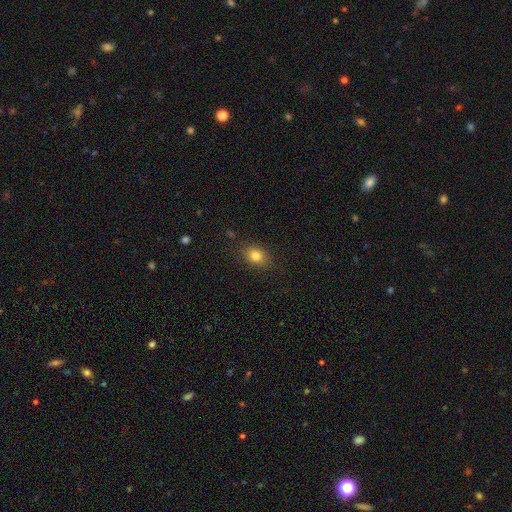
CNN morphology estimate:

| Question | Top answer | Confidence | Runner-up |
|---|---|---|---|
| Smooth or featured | smooth | 81% | star or artifact (11%) |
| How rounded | in between | 60% | round (39%) |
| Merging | none | 86% | minor disturbance (10%) |